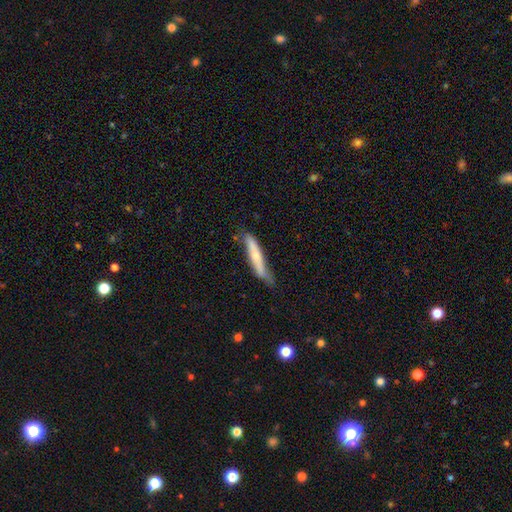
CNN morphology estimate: Smooth or featured? smooth (51%)
How rounded? cigar-shaped (88%)
Merging? none (59%)